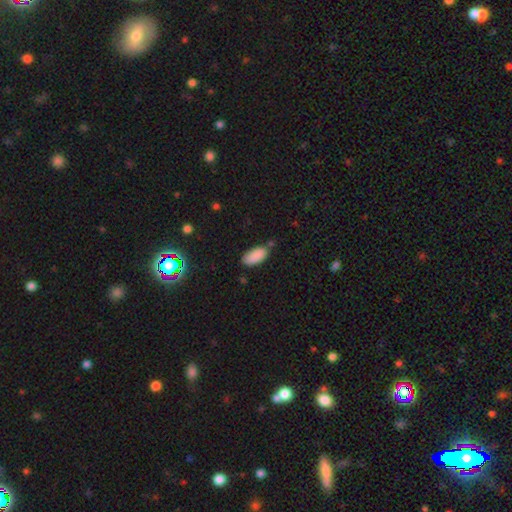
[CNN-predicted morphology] Smooth or featured: smooth — 88% (star or artifact — 8%)
How rounded: in between — 91% (cigar-shaped — 7%)
Merging: none — 69% (minor disturbance — 20%)